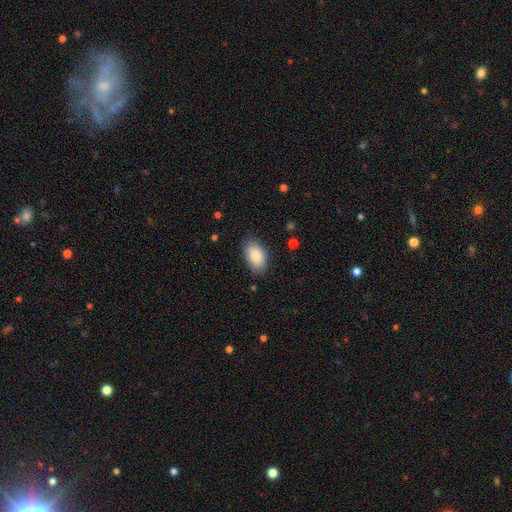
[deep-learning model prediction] Morphology: type=smooth (88%); roundness=in between (94%); merging=none (80%).